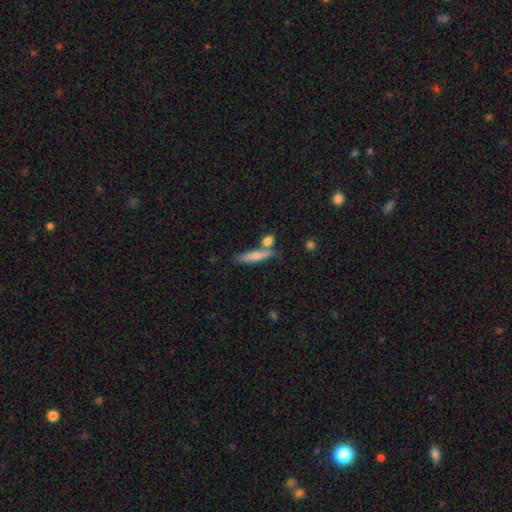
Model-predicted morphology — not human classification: A smooth galaxy with no disk features (69%) that is cigar-shaped (78%). Merging: none (62%).